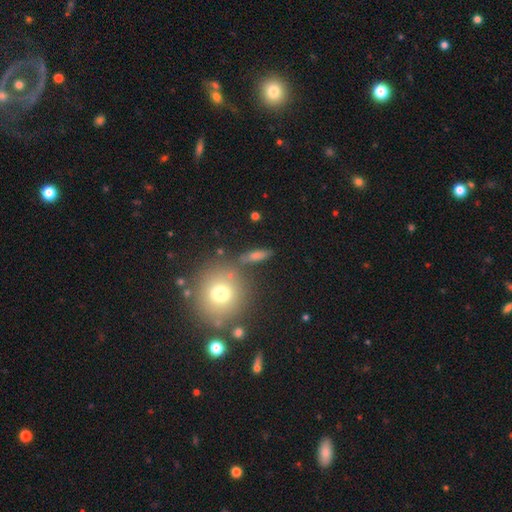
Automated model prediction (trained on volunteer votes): Smooth or featured? Predicted: smooth (p=0.57). How rounded? Predicted: cigar-shaped (p=0.40). Merging? Predicted: none (p=0.78).